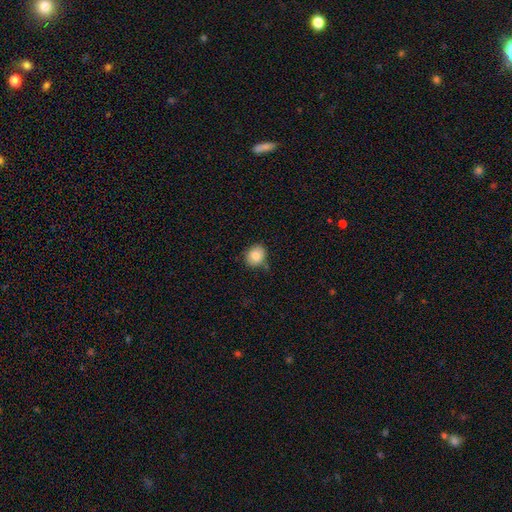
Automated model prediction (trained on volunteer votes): smooth 84%, star or artifact 9%, featured or disk 7%. Down the decision tree: how rounded — round (70%); merging — none (74%).